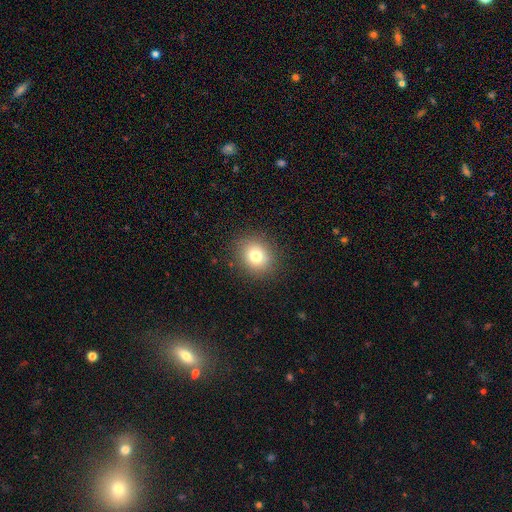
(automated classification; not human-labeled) A smooth galaxy with no disk features (77%) that is round (75%).

Vote fractions:
- Smooth or featured? smooth: 77% / star or artifact: 13% / featured or disk: 10%
- How rounded? round: 75% / in between: 24% / cigar-shaped: 1%
- Merging? none: 89% / minor disturbance: 8% / major disturbance: 3% / merger: 1%